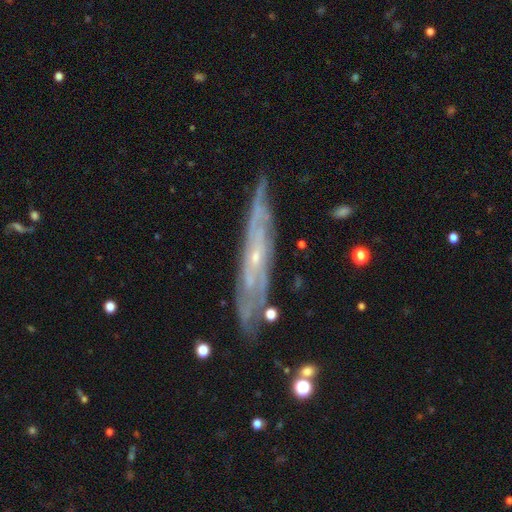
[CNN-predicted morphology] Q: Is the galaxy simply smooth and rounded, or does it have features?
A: featured or disk — 78%.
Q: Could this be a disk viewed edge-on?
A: yes — 57%.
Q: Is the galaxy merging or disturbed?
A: none — 77%.